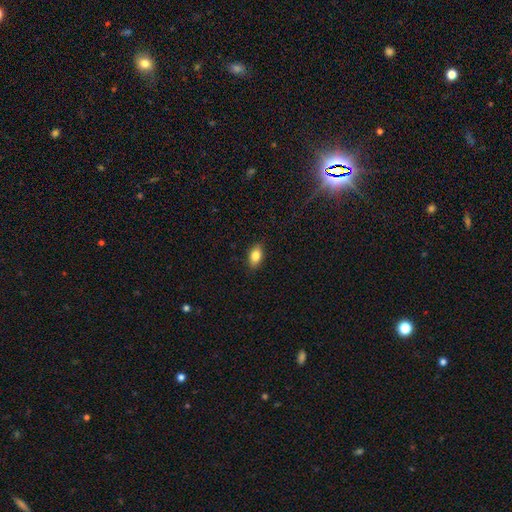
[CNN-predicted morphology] This appears to be a smooth galaxy with no disk features (82%) that is in between round and cigar-shaped (88%). Merging: none (87%).